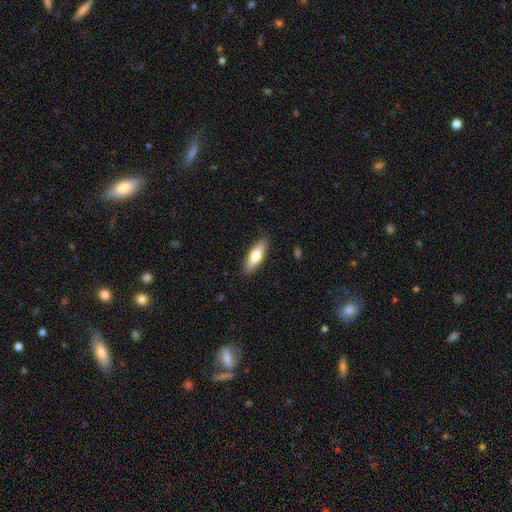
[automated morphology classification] Smooth or featured?
  - smooth: 71% *
  - featured or disk: 24%
  - star or artifact: 6%
How rounded?
  - in between: 59% *
  - cigar-shaped: 38%
  - round: 2%
Merging?
  - none: 88% *
  - minor disturbance: 9%
  - major disturbance: 2%
  - merger: 1%